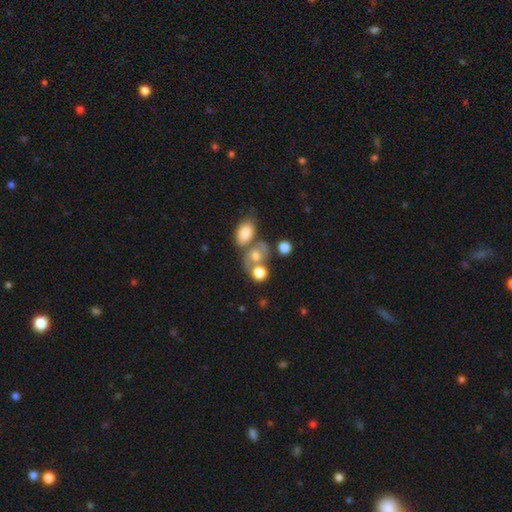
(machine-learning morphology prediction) smooth 67%, featured or disk 21%, star or artifact 13%. Down the decision tree: how rounded — round (55%); merging — merger (44%).